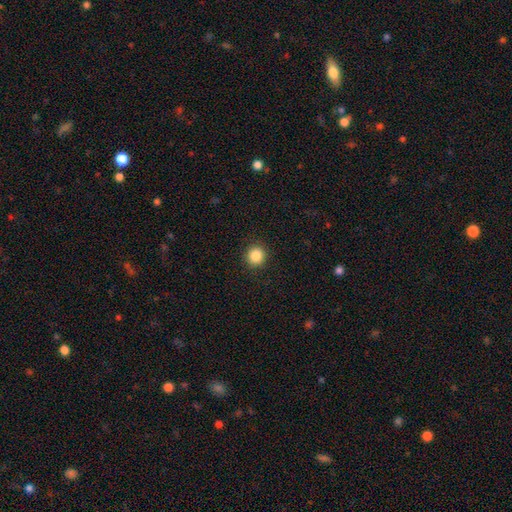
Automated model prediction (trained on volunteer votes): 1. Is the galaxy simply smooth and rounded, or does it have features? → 86% smooth, 10% star or artifact, 4% featured or disk.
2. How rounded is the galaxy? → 89% round, 10% in between, 1% cigar-shaped.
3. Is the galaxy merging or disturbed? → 92% none, 6% minor disturbance, 2% major disturbance, 1% merger.